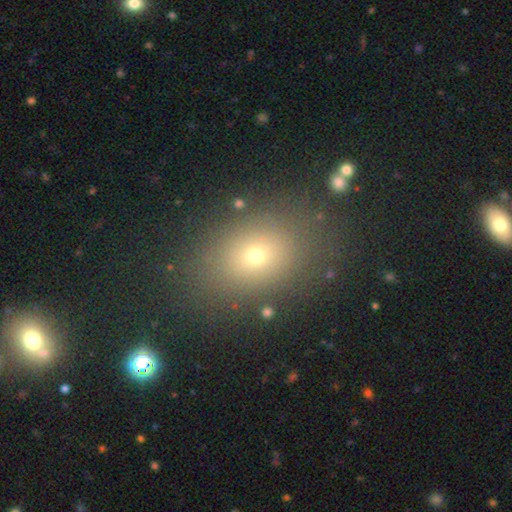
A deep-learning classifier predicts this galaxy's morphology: Smooth or featured?
  - smooth: 68% *
  - star or artifact: 19%
  - featured or disk: 13%
How rounded?
  - in between: 64% *
  - round: 34%
  - cigar-shaped: 2%
Merging?
  - none: 80% *
  - minor disturbance: 11%
  - major disturbance: 6%
  - merger: 3%